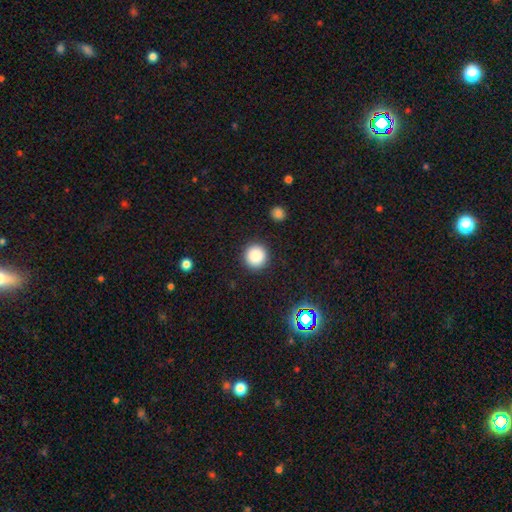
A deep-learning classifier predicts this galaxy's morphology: Q: Smooth or featured?
A: smooth (86%); runner-up: star or artifact (10%)
Q: How rounded?
A: round (95%); runner-up: in between (4%)
Q: Merging?
A: none (91%); runner-up: minor disturbance (5%)